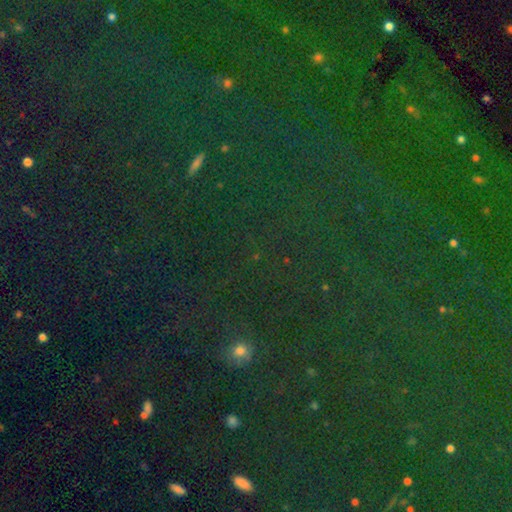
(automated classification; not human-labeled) star or artifact 70%, smooth 21%, featured or disk 9%.